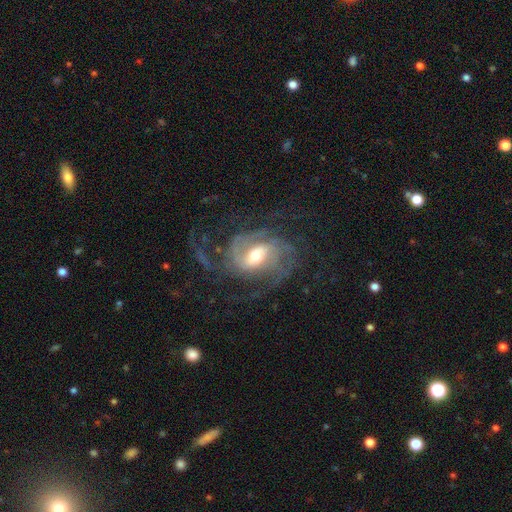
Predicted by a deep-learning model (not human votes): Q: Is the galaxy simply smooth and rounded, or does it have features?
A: featured or disk — 87%.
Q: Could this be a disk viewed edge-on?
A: no — 97%.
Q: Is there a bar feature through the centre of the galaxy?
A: weak — 47%.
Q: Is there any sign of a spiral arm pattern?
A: yes — 96%.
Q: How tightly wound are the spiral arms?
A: medium — 46%.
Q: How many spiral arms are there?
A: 2 — 33%.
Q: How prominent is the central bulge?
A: moderate — 64%.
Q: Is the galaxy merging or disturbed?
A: none — 57%.